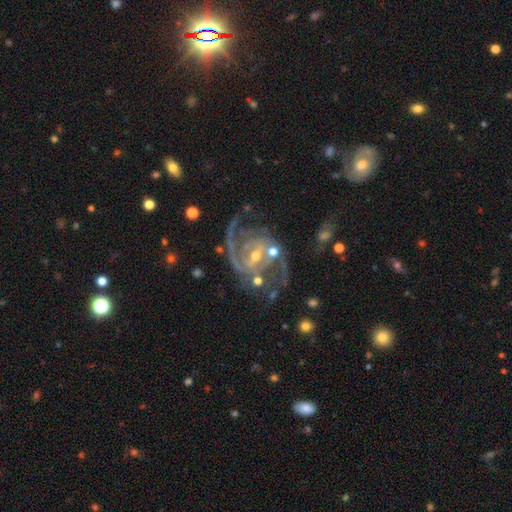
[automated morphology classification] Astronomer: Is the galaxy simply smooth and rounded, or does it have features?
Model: featured or disk — 91%.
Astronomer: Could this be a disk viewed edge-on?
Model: no — 98%.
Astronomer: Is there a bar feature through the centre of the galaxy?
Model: weak — 45% (runner-up: strong, 34%).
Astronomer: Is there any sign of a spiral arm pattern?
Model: yes — 98%.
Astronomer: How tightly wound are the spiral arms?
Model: medium — 56%.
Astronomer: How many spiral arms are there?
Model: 2 — 73%.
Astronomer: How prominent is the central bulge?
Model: small — 54% (runner-up: moderate, 41%).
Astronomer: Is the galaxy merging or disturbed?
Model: none — 59%.